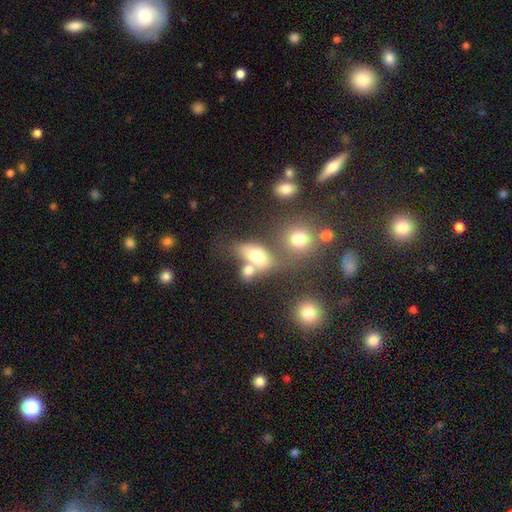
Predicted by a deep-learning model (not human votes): Q: Smooth or featured?
A: smooth (70%); runner-up: featured or disk (16%)
Q: How rounded?
A: in between (74%); runner-up: round (21%)
Q: Merging?
A: merger (39%); runner-up: none (38%)